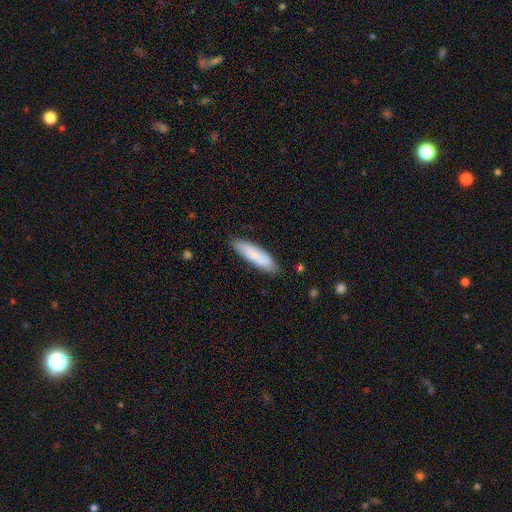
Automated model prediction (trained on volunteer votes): Smooth or featured? smooth (81%)
How rounded? cigar-shaped (65%)
Merging? none (85%)